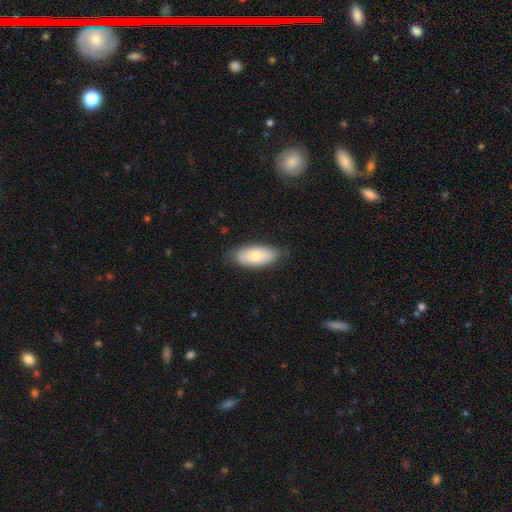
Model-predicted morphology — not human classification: type=smooth (75%); roundness=in between (91%); merging=none (79%).